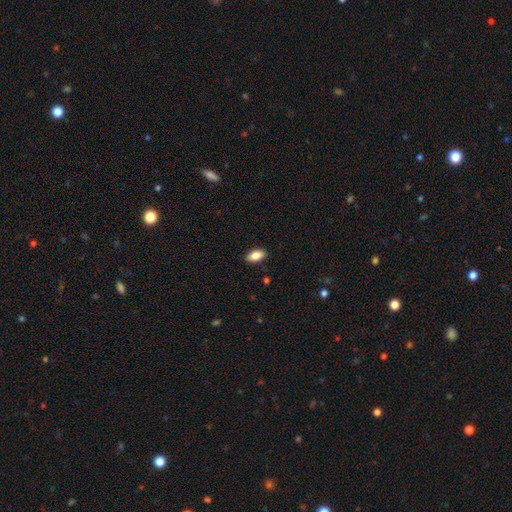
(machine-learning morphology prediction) A smooth galaxy with no disk features (84%) that is in between round and cigar-shaped (91%). Merging: none (89%).